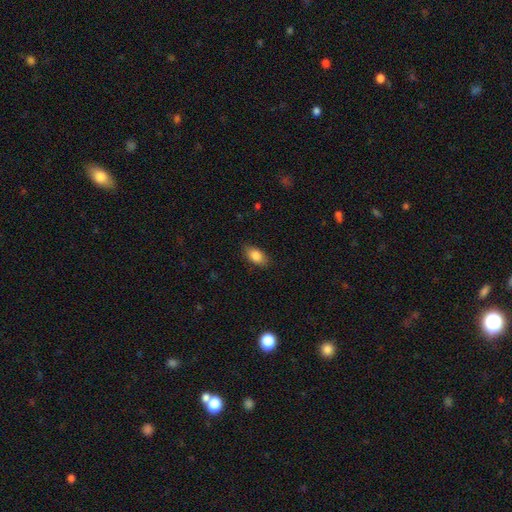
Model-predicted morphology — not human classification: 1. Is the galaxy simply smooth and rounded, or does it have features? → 85% smooth, 8% featured or disk, 8% star or artifact.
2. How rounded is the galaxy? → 89% in between, 6% round, 4% cigar-shaped.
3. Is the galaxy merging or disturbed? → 85% none, 11% minor disturbance, 3% major disturbance, 1% merger.